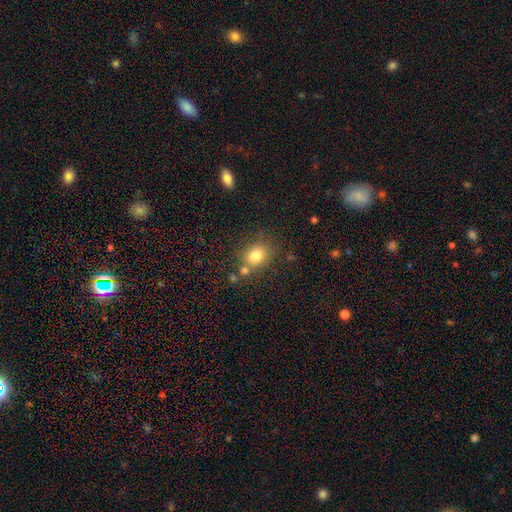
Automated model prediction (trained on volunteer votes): smooth-or-featured: smooth: 78% | star or artifact: 12% | featured or disk: 10%
  how-rounded: in between: 50% | round: 49% | cigar-shaped: 1%
  merging: none: 67% | minor disturbance: 14% | merger: 14% | major disturbance: 5%